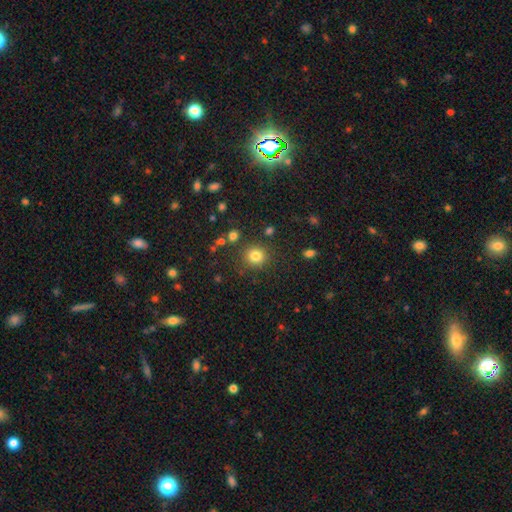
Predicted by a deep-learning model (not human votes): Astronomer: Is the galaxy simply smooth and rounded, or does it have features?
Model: smooth — 81%.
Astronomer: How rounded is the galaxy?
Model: round — 89%.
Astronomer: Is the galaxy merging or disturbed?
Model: none — 84%.